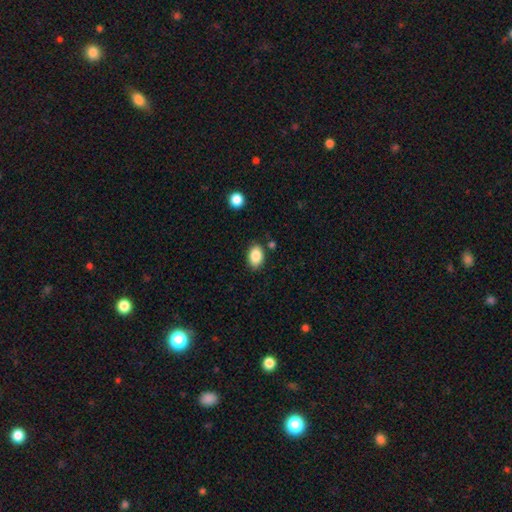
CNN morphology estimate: Smooth or featured? smooth (87%)
How rounded? in between (85%)
Merging? none (82%)